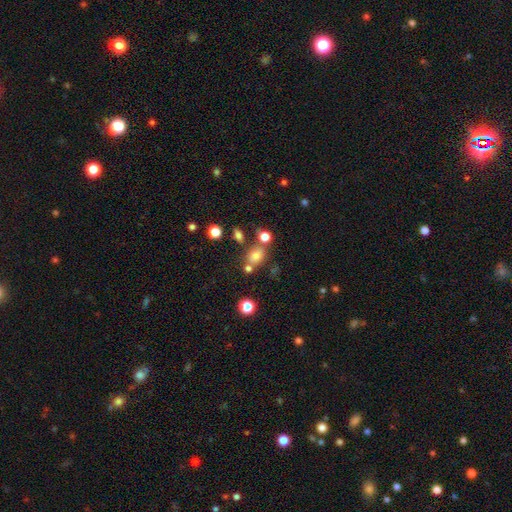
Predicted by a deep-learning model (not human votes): Smooth or featured?
  - smooth: 73% *
  - star or artifact: 15%
  - featured or disk: 12%
How rounded?
  - in between: 52% *
  - round: 46%
  - cigar-shaped: 1%
Merging?
  - none: 64% *
  - merger: 18%
  - minor disturbance: 13%
  - major disturbance: 5%